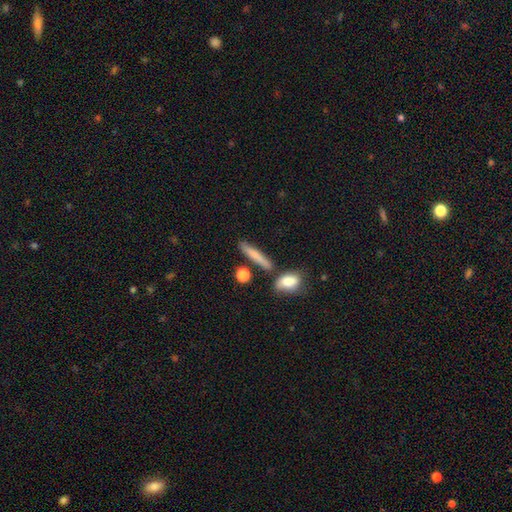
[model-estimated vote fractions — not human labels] The model was most divided on "smooth or featured": smooth: 74%, featured or disk: 18%, star or artifact: 7%. More confident: how rounded — cigar-shaped (81%); merging — none (76%).